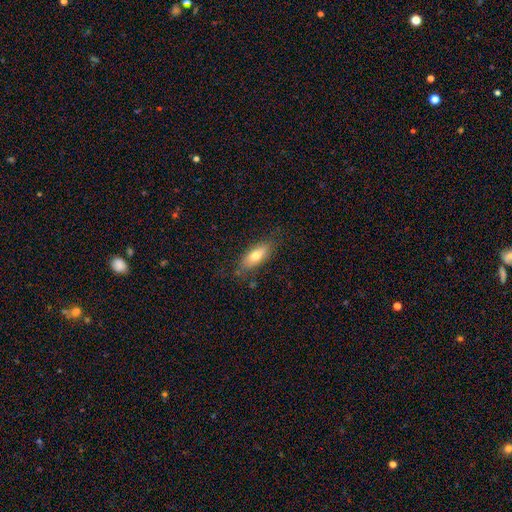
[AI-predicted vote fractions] Smooth or featured: smooth — 70% (featured or disk — 23%)
How rounded: in between — 73% (cigar-shaped — 25%)
Merging: none — 78% (minor disturbance — 16%)